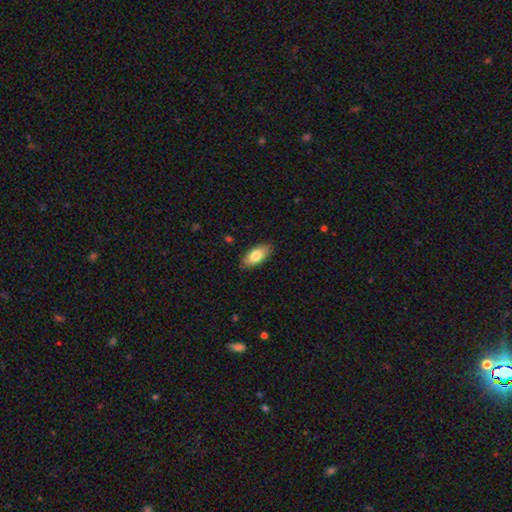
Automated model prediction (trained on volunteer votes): The model was most divided on "smooth or featured": smooth: 81%, featured or disk: 13%, star or artifact: 6%. More confident: how rounded — in between (90%); merging — none (86%).